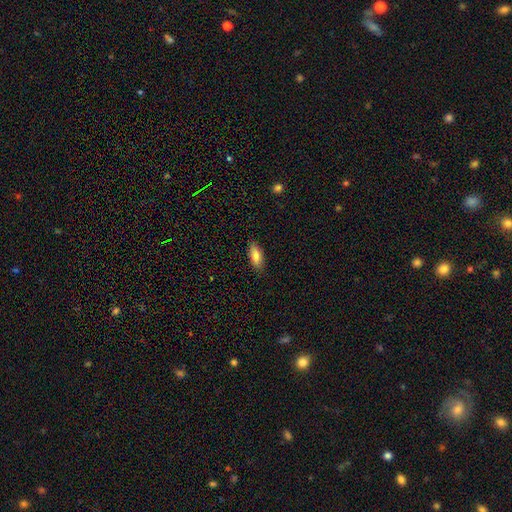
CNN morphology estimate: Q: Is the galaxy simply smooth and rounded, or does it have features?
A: smooth — 82%.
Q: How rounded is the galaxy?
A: in between — 79%.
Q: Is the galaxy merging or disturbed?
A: none — 87%.